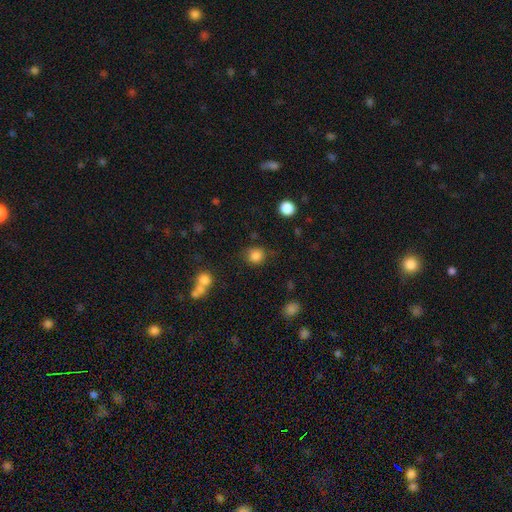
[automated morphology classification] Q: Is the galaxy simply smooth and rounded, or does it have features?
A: smooth — 84%.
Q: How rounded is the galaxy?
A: round — 85%.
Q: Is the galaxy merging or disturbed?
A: none — 78%.